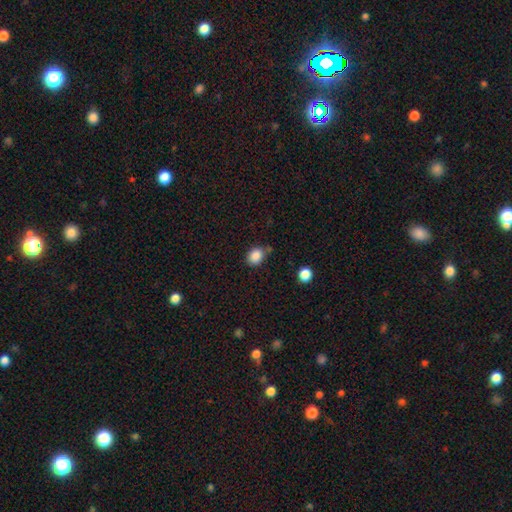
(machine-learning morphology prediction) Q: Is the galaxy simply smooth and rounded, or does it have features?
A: smooth — 87%.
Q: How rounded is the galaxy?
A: in between — 50%.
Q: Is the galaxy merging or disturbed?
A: none — 70%.